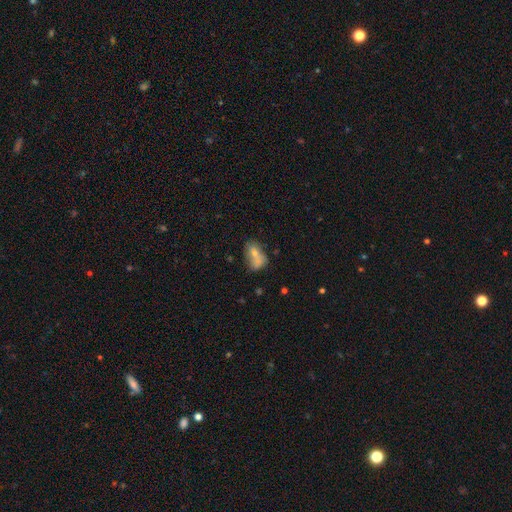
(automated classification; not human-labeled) This is likely a smooth galaxy (68%). How rounded: clearly in between (82%). Merging: marginally none (37%).